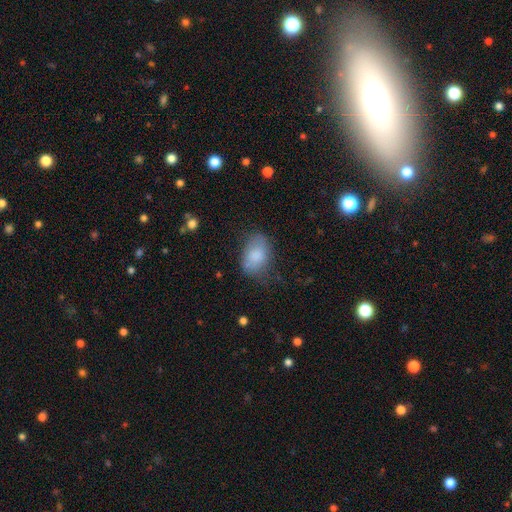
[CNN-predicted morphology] Smooth or featured? Predicted: smooth (p=0.78). How rounded? Predicted: in between (p=0.82). Merging? Predicted: none (p=0.55).